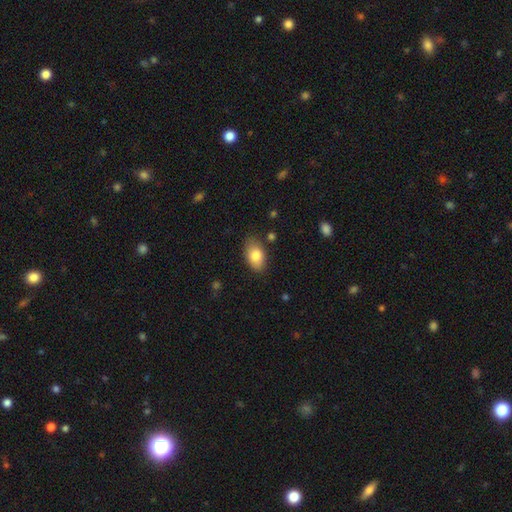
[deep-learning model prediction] Smooth or featured? Predicted: smooth (p=0.82). How rounded? Predicted: in between (p=0.91). Merging? Predicted: none (p=0.79).